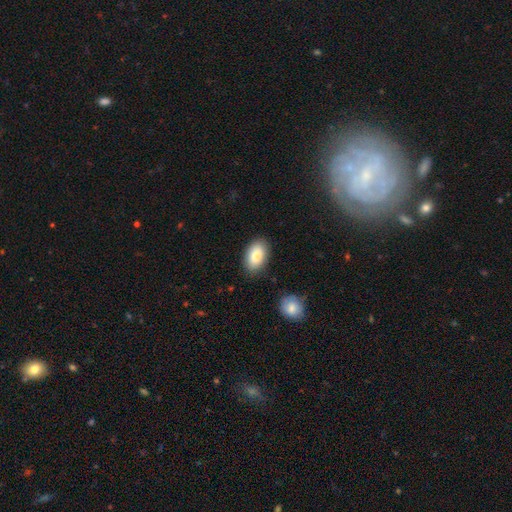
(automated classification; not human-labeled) A smooth galaxy with no disk features (84%) that is in between round and cigar-shaped (93%). Merging: none (85%).